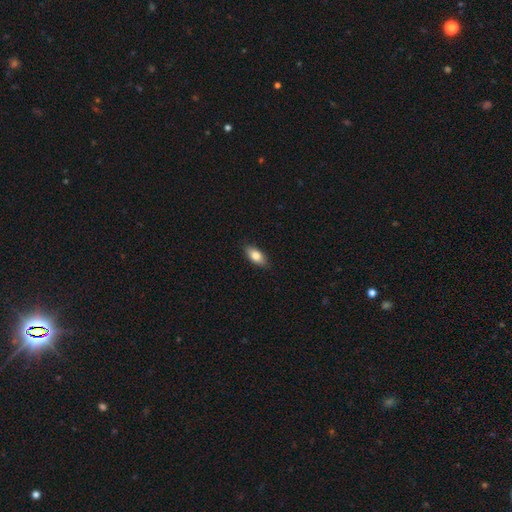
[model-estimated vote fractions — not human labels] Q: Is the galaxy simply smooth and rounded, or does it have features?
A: smooth — 78%.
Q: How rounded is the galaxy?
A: in between — 87%.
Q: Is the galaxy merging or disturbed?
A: none — 87%.